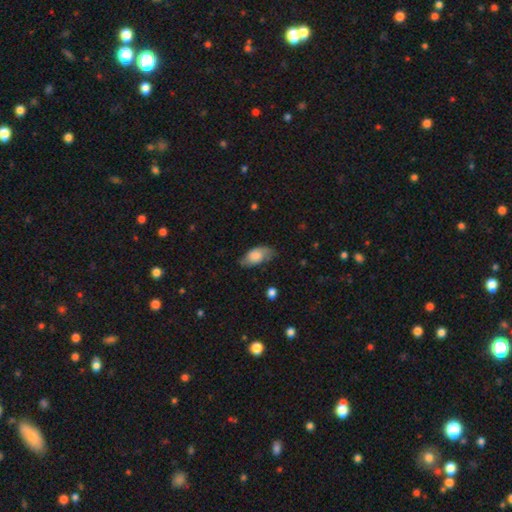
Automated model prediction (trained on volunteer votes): smooth_or_featured: smooth (p=0.70) [alt: featured or disk p=0.23]
how_rounded: in between (p=0.90) [alt: cigar-shaped p=0.05]
merging: none (p=0.63) [alt: minor disturbance p=0.28]